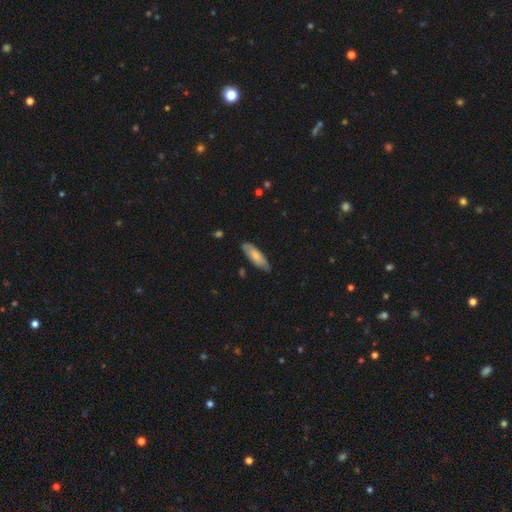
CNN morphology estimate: smooth 70%, featured or disk 24%, star or artifact 5%. Down the decision tree: how rounded — in between (59%); merging — none (78%).